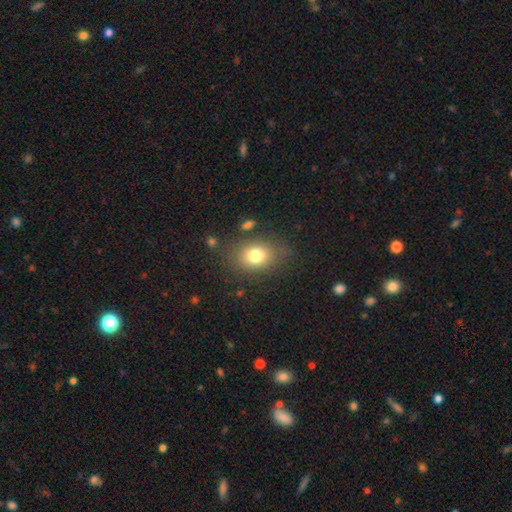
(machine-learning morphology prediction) Smooth or featured?
  - smooth: 77% *
  - featured or disk: 12%
  - star or artifact: 11%
How rounded?
  - in between: 60% *
  - round: 38%
  - cigar-shaped: 1%
Merging?
  - none: 78% *
  - minor disturbance: 13%
  - major disturbance: 6%
  - merger: 3%